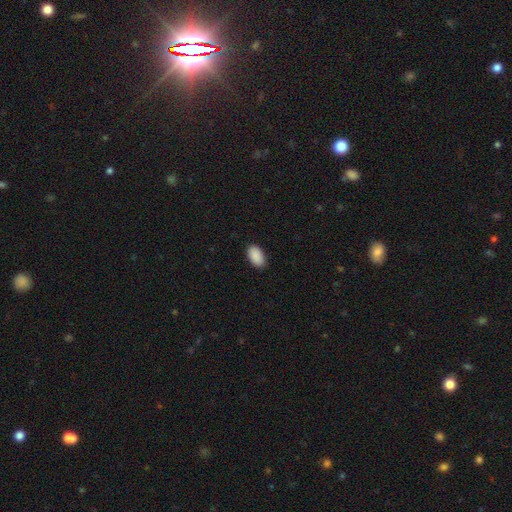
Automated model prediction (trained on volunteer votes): Smooth or featured?
  - smooth: 91% *
  - star or artifact: 7%
  - featured or disk: 3%
How rounded?
  - in between: 95% *
  - round: 4%
  - cigar-shaped: 2%
Merging?
  - none: 88% *
  - minor disturbance: 9%
  - major disturbance: 2%
  - merger: 1%